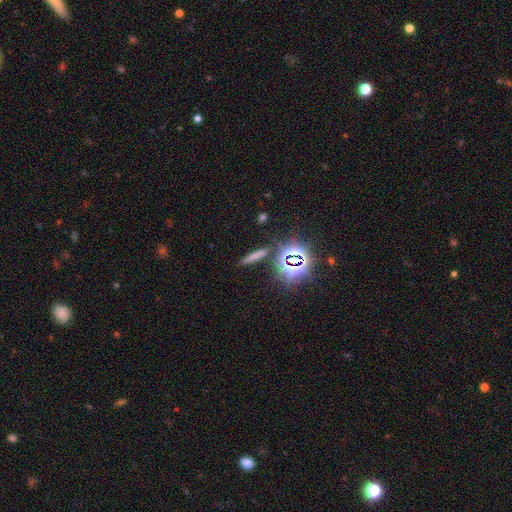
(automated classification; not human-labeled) Smooth or featured? Predicted: smooth (p=0.59). How rounded? Predicted: cigar-shaped (p=0.83). Merging? Predicted: none (p=0.82).